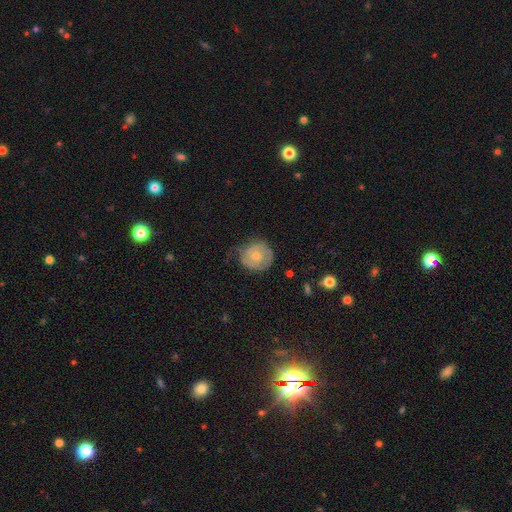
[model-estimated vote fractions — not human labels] smooth_or_featured: featured or disk (p=0.51) [alt: smooth p=0.43]
disk_edge_on: no (p=0.97) [alt: yes p=0.03]
merging: none (p=0.60) [alt: minor disturbance p=0.29]